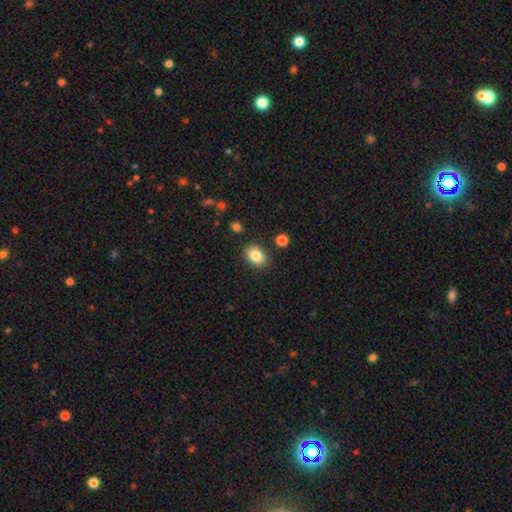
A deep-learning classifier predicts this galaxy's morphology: smooth_or_featured: smooth (p=0.84) [alt: star or artifact p=0.09]
how_rounded: in between (p=0.69) [alt: round p=0.30]
merging: none (p=0.84) [alt: minor disturbance p=0.10]